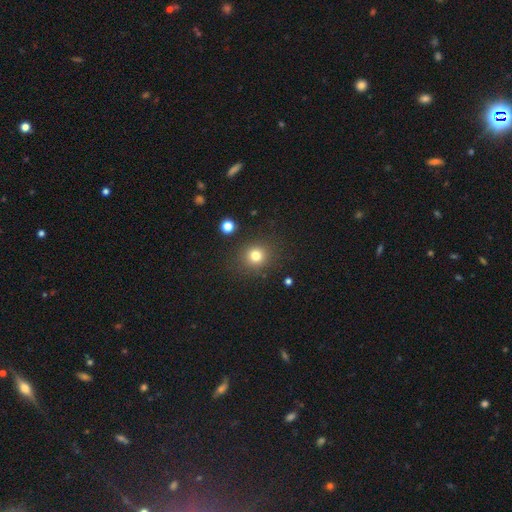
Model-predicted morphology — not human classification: Overall: smooth (79%). How rounded: round (87%). Merging: none (86%).